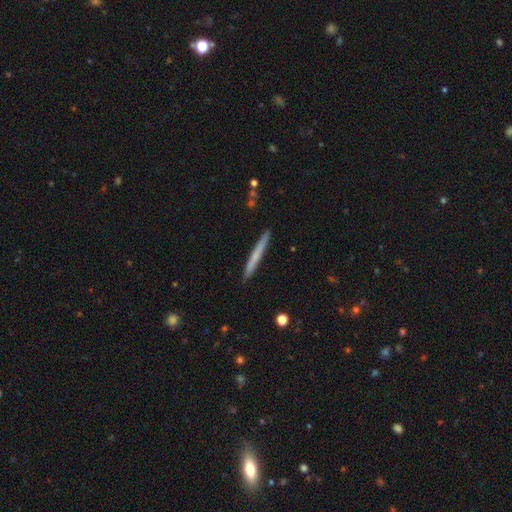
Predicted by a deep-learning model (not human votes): Smooth or featured?
  - smooth: 60% *
  - featured or disk: 35%
  - star or artifact: 5%
How rounded?
  - cigar-shaped: 97% *
  - in between: 2%
  - round: 1%
Merging?
  - none: 92% *
  - minor disturbance: 6%
  - major disturbance: 1%
  - merger: 1%